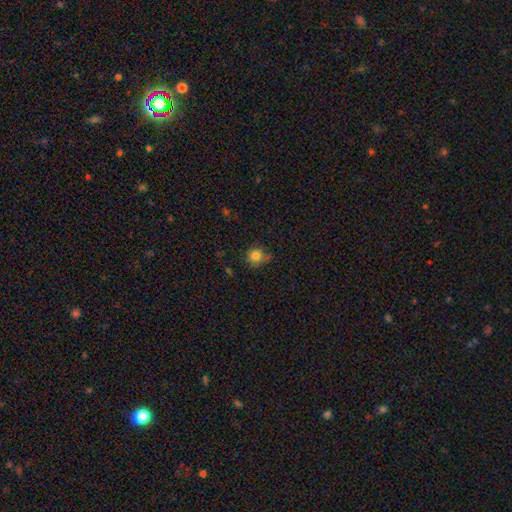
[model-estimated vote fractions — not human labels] Smooth or featured? smooth (81%)
How rounded? round (82%)
Merging? none (64%)